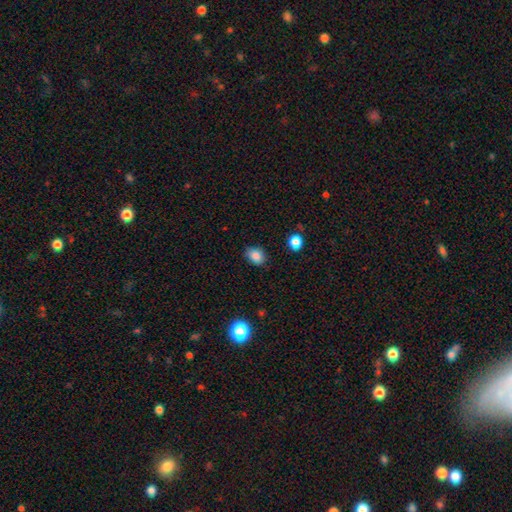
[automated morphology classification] Overall: smooth (85%). How rounded: in between (59%; round 40%). Merging: none (79%).